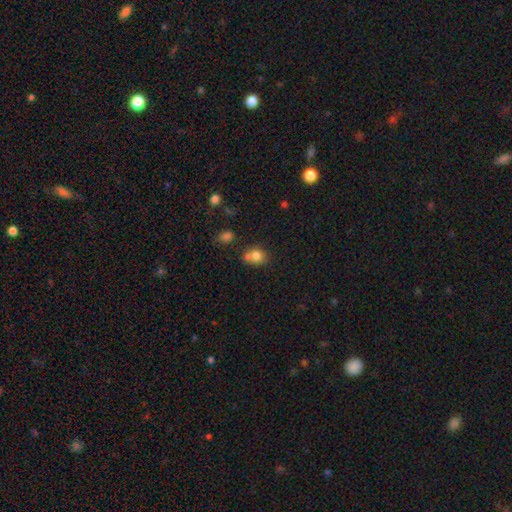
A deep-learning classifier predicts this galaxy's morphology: Overall: smooth (78%). How rounded: round (68%; in between 31%). Merging: none (45%; merger 37%).